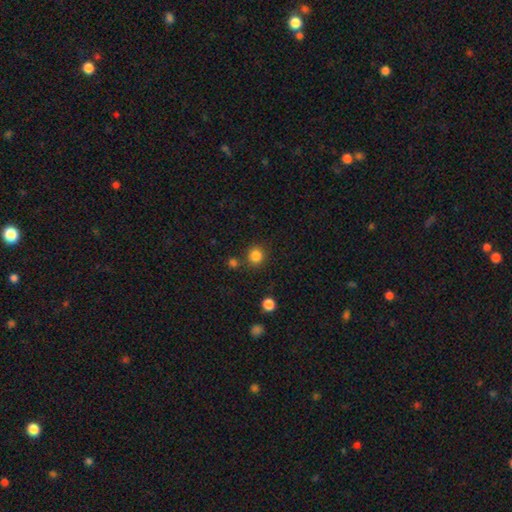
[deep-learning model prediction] smooth_or_featured: smooth (p=0.84) [alt: star or artifact p=0.12]
how_rounded: round (p=0.89) [alt: in between p=0.10]
merging: none (p=0.80) [alt: minor disturbance p=0.09]